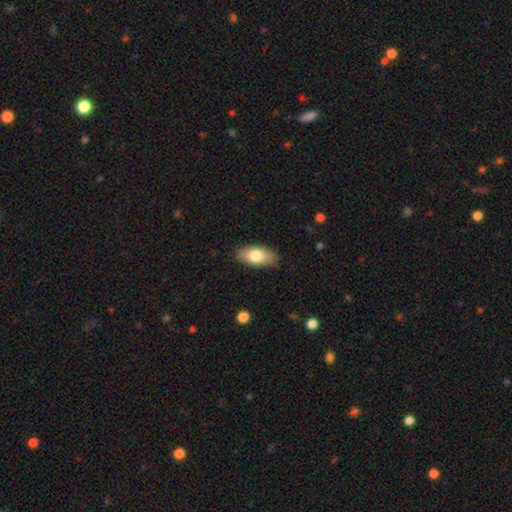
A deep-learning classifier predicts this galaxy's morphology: This is likely a smooth galaxy (77%). How rounded: clearly in between (91%). Merging: clearly none (85%).